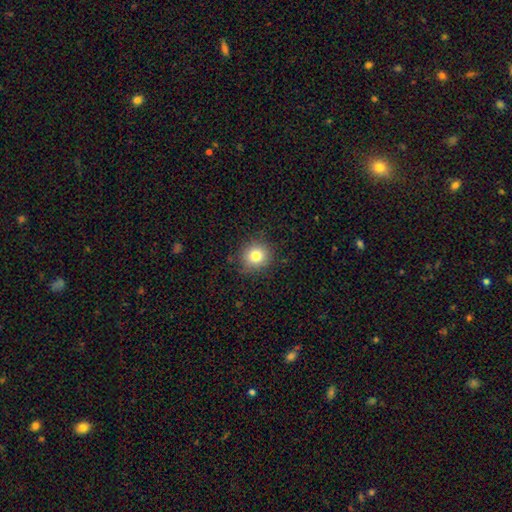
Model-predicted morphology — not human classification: This is clearly a smooth galaxy (80%). How rounded: clearly round (89%). Merging: clearly none (87%).